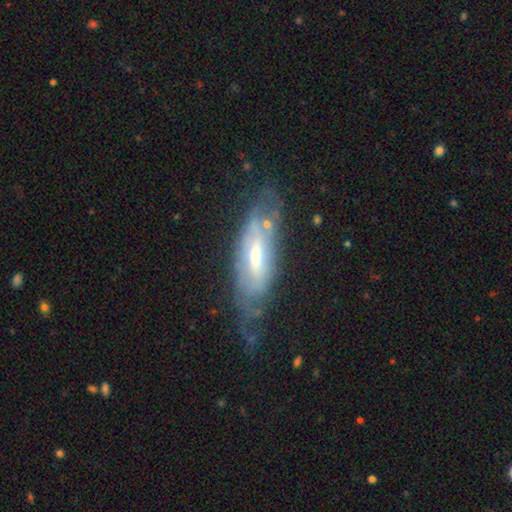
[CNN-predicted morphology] A featured or disk galaxy (65%). Merging: none (52%).